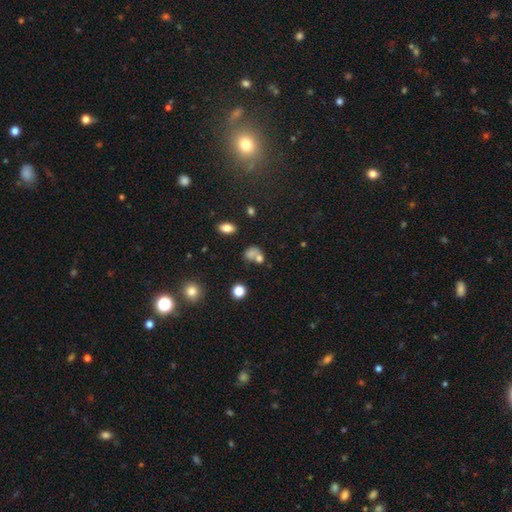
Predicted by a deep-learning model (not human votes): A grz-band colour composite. It shows a smooth galaxy with no disk features (68%) that is round (51%). Merging: merger (47%).